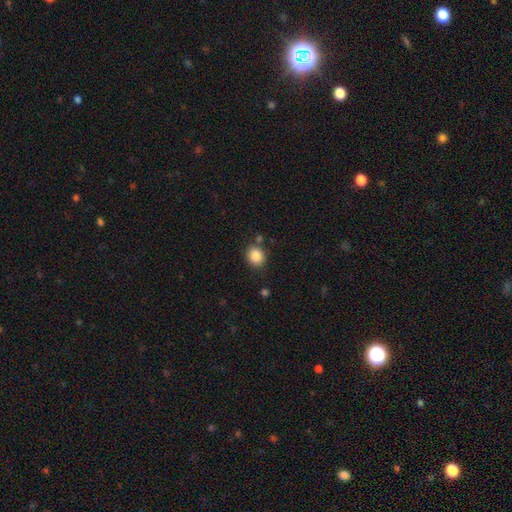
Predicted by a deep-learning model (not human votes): A smooth galaxy with no disk features (86%) that is round (71%).

Vote fractions:
- Smooth or featured? smooth: 86% / star or artifact: 9% / featured or disk: 5%
- How rounded? round: 71% / in between: 28% / cigar-shaped: 1%
- Merging? none: 81% / minor disturbance: 10% / merger: 6% / major disturbance: 3%